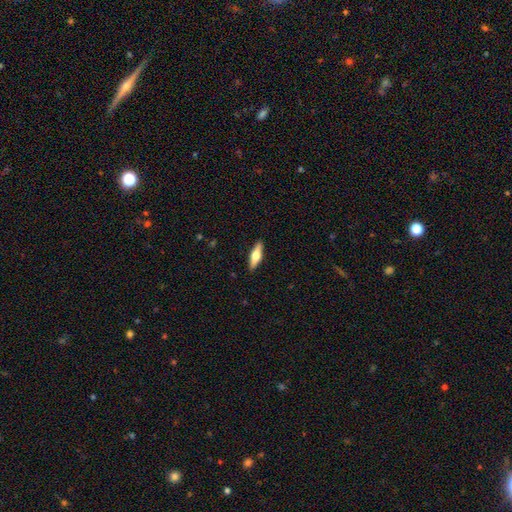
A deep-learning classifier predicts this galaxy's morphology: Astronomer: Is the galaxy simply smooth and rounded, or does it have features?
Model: smooth — 48% (runner-up: featured or disk, 47%).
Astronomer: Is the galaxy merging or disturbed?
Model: none — 90%.